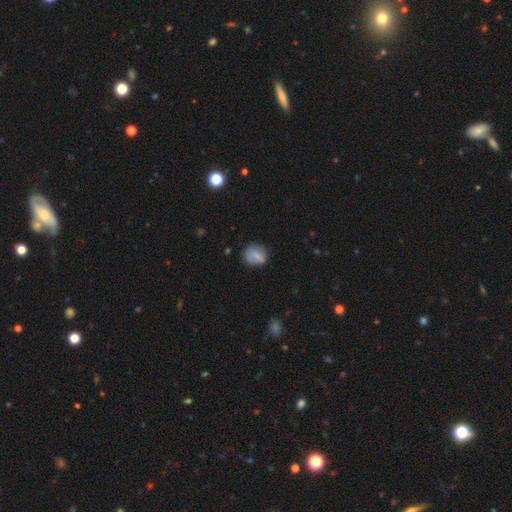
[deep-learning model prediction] The model was most divided on "how rounded": round: 65%, in between: 34%, cigar-shaped: 1%. More confident: smooth or featured — smooth (74%); merging — none (70%).